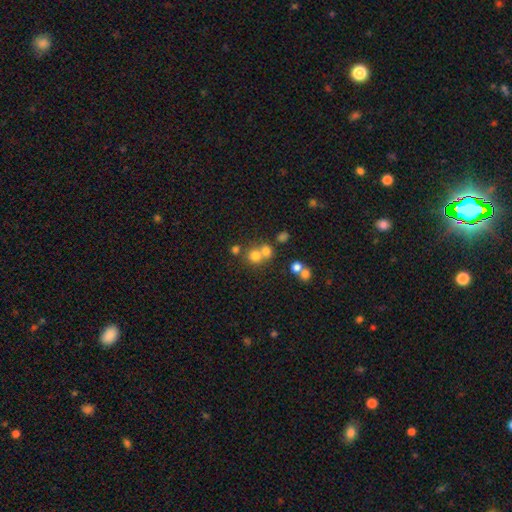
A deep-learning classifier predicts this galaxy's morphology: smooth_or_featured: smooth (p=0.71) [alt: star or artifact p=0.17]
how_rounded: round (p=0.87) [alt: in between p=0.12]
merging: none (p=0.48) [alt: merger p=0.42]